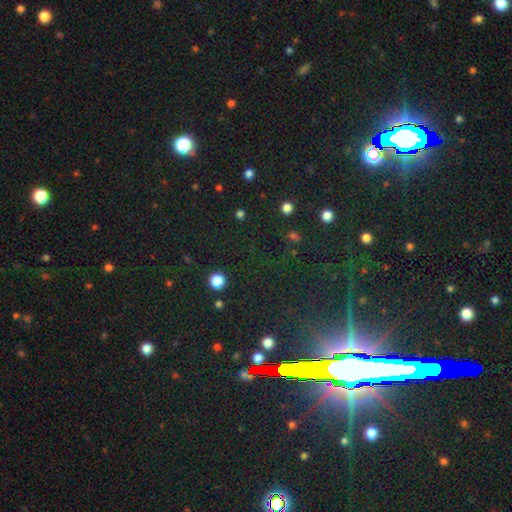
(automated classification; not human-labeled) Q: Smooth or featured?
A: star or artifact (78%); runner-up: smooth (12%)